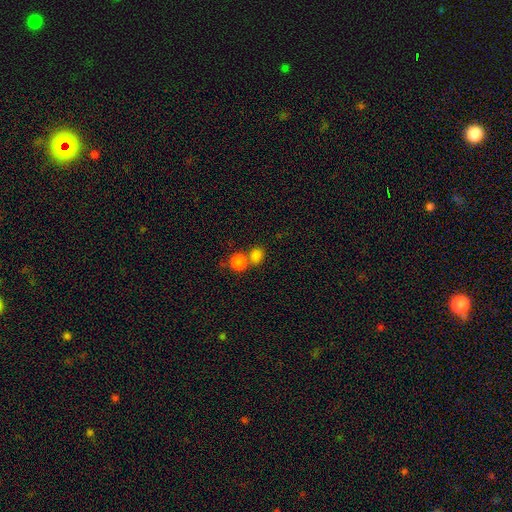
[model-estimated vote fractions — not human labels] Q: Smooth or featured?
A: smooth (83%); runner-up: star or artifact (11%)
Q: How rounded?
A: round (75%); runner-up: in between (24%)
Q: Merging?
A: none (51%); runner-up: merger (39%)